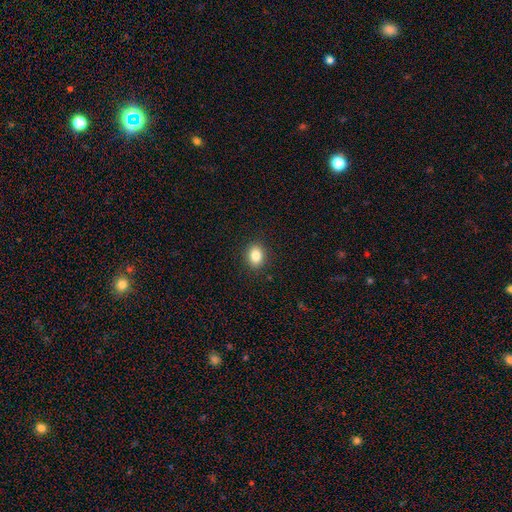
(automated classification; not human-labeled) Smooth or featured? Predicted: smooth (p=0.84). How rounded? Predicted: in between (p=0.56). Merging? Predicted: none (p=0.90).